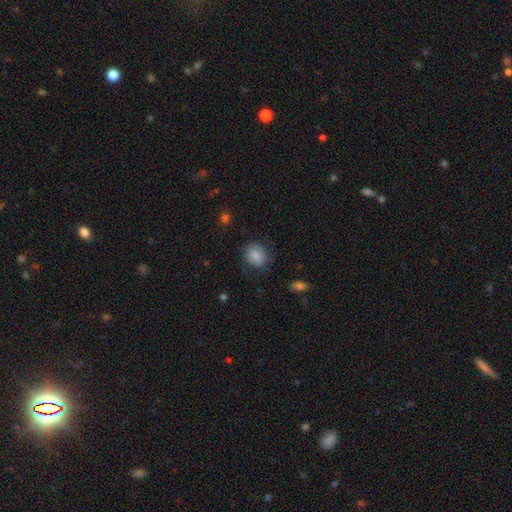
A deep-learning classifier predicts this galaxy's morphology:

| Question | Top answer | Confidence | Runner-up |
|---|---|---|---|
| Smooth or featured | smooth | 79% | featured or disk (13%) |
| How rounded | round | 51% | in between (48%) |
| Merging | none | 66% | minor disturbance (23%) |